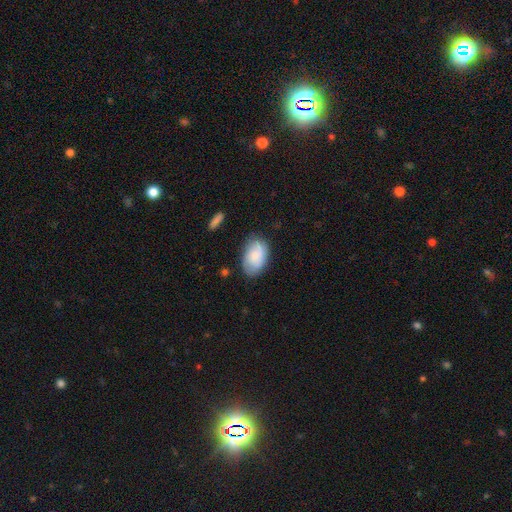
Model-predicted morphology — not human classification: smooth_or_featured: smooth (p=0.67) [alt: featured or disk p=0.25]
how_rounded: in between (p=0.90) [alt: round p=0.08]
merging: none (p=0.74) [alt: minor disturbance p=0.19]